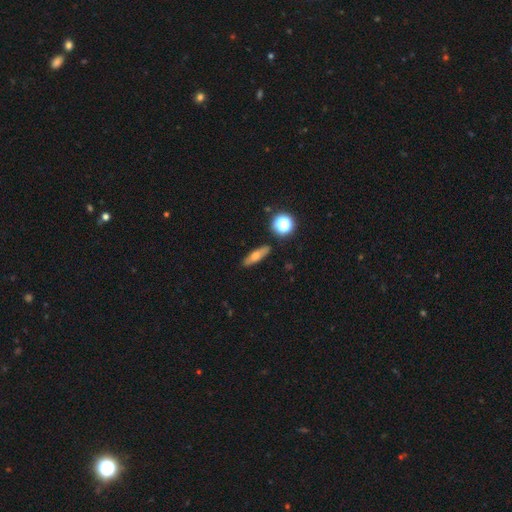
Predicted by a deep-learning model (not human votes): Overall: smooth (56%; featured or disk 33%). How rounded: cigar-shaped (53%; in between 39%). Merging: none (88%).